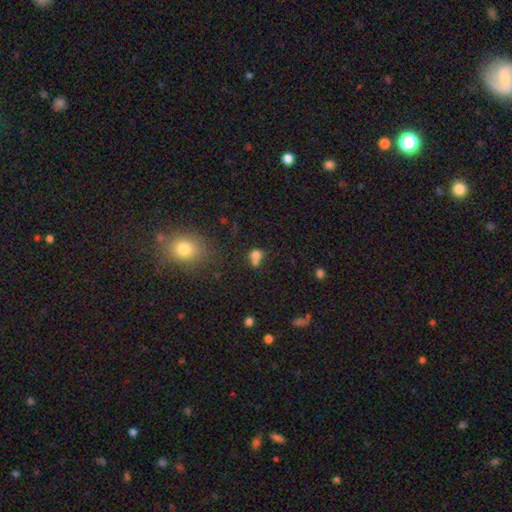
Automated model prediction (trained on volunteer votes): Morphology: type=smooth (73%); roundness=round (67%); merging=merger (50%).